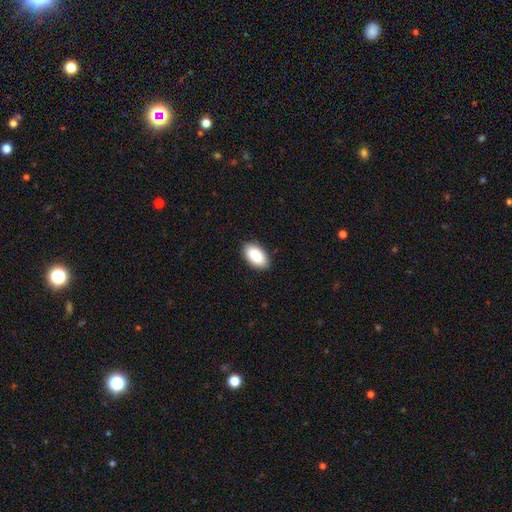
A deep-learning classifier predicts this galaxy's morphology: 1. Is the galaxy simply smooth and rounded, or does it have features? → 89% smooth, 6% star or artifact, 4% featured or disk.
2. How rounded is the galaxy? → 95% in between, 3% round, 2% cigar-shaped.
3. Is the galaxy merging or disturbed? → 88% none, 9% minor disturbance, 2% major disturbance, 1% merger.